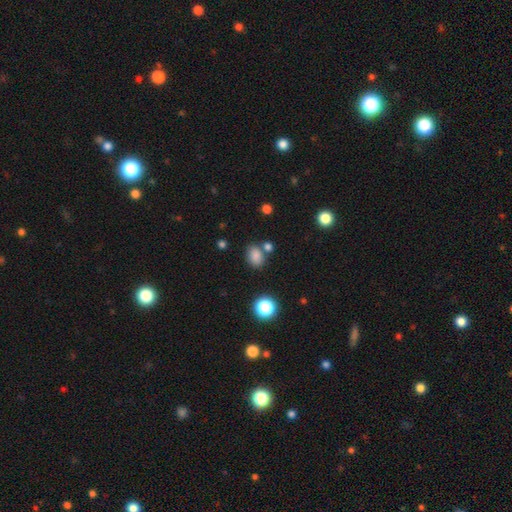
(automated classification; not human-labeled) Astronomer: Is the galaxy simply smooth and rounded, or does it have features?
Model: smooth — 82%.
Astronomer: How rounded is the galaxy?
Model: in between — 68%.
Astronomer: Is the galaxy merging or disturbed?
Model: none — 66%.